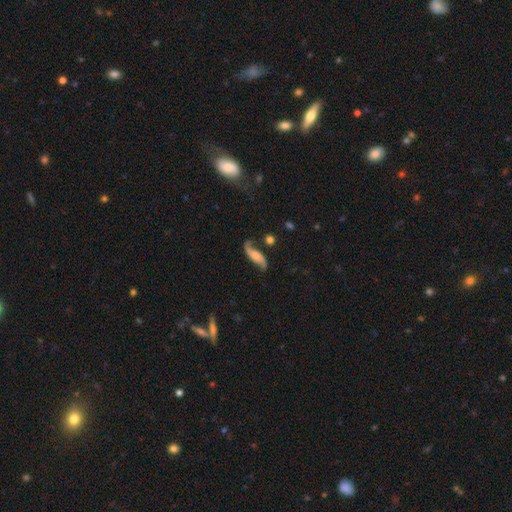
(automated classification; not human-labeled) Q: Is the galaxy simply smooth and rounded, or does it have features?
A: featured or disk — 71%.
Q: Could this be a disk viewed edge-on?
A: no — 87%.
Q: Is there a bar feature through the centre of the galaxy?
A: no — 58%.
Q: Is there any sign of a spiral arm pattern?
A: yes — 93%.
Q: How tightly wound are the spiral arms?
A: loose — 78%.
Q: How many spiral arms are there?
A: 2 — 88%.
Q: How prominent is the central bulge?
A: small — 34%.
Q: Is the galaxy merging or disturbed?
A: none — 62%.